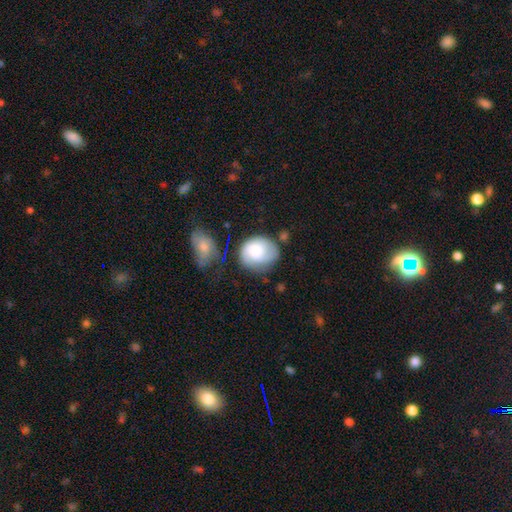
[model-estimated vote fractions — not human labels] smooth 55%, featured or disk 38%, star or artifact 7%. Down the decision tree: how rounded — round (62%); merging — none (58%).